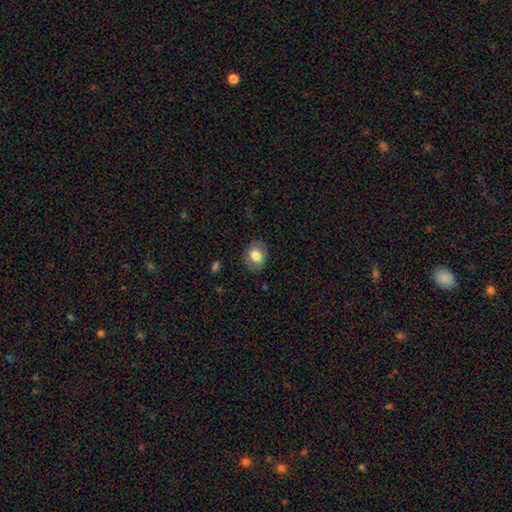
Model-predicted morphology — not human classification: A smooth galaxy with no disk features (78%) that is in between round and cigar-shaped (53%).

Vote fractions:
- Smooth or featured? smooth: 78% / featured or disk: 15% / star or artifact: 8%
- How rounded? in between: 53% / round: 46% / cigar-shaped: 1%
- Merging? none: 83% / minor disturbance: 13% / major disturbance: 4% / merger: 1%